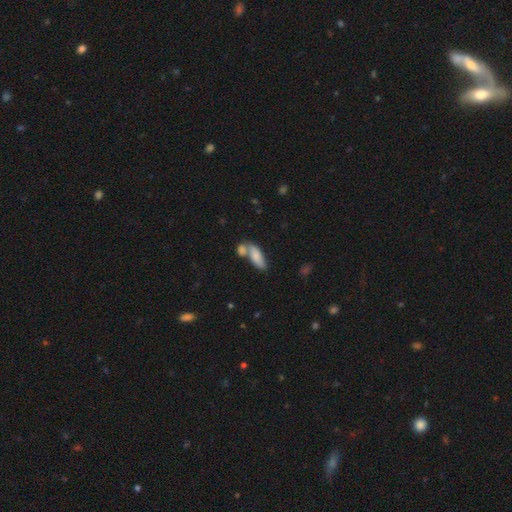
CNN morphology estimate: The model was most divided on "merging": merger: 45%, none: 38%, minor disturbance: 12%, major disturbance: 5%. More confident: smooth or featured — smooth (78%); how rounded — in between (74%).